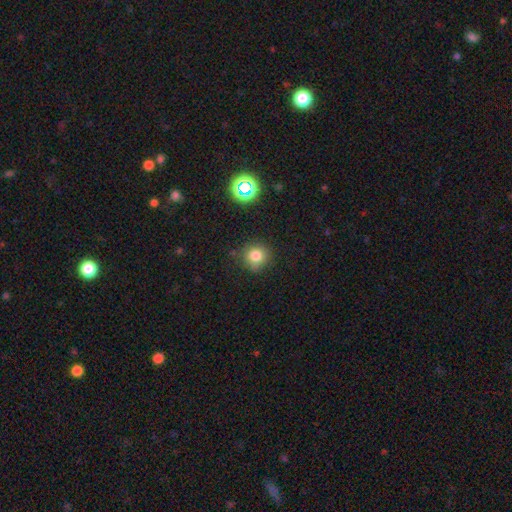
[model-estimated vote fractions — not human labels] Smooth or featured? Predicted: smooth (p=0.78). How rounded? Predicted: round (p=0.91). Merging? Predicted: none (p=0.81).